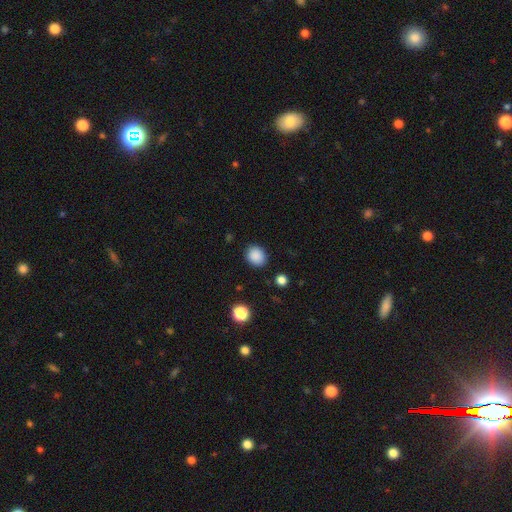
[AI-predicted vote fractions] This is clearly a smooth galaxy (87%). How rounded: likely round (61%). Merging: clearly none (86%).